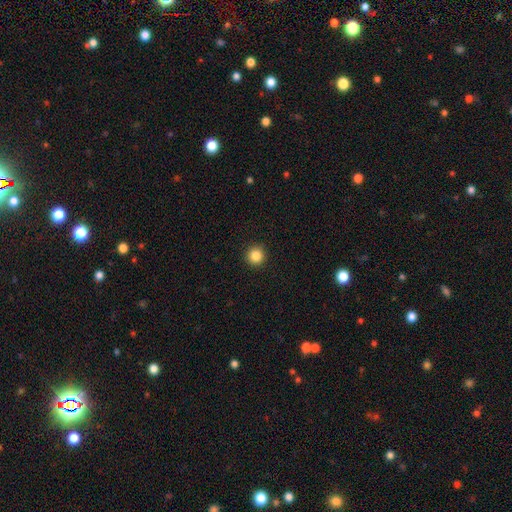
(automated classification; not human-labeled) Smooth or featured: smooth — 86% (star or artifact — 10%)
How rounded: round — 95% (in between — 4%)
Merging: none — 93% (minor disturbance — 4%)